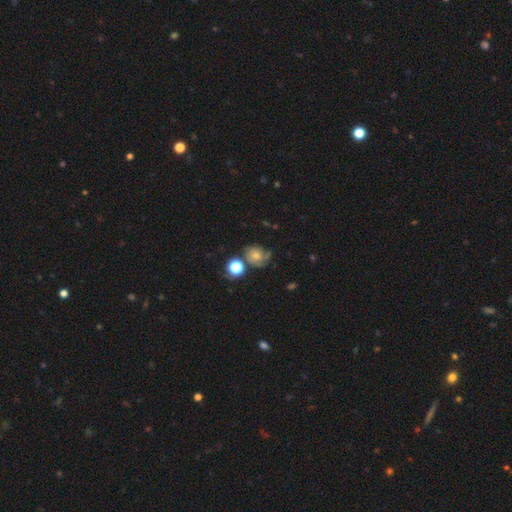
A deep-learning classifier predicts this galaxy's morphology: This appears to be a featured or disk galaxy (60%) with no bar (78%), 2 (34%) tight (50%) spiral arms (90%) and a moderate central bulge (50%). Merging: none (54%).